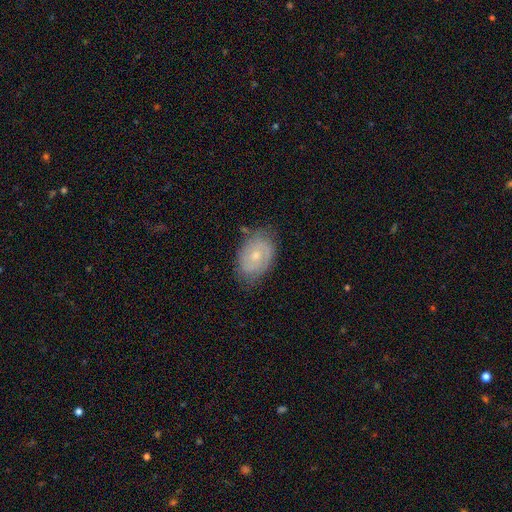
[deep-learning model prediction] A featured or disk galaxy (66%) with no bar (70%), 2 (60%) tight (56%) spiral arms (81%) and a small central bulge (54%).

Vote fractions:
- Smooth or featured? featured or disk: 66% / smooth: 27% / star or artifact: 7%
- Edge-on disk? no: 96% / yes: 4%
- Bar? no: 70% / weak: 26% / strong: 4%
- Spiral arms? yes: 81% / no: 19%
- Spiral winding? tight: 56% / medium: 33% / loose: 11%
- Spiral arm count? 2: 60% / can't tell: 27% / 3: 5% / 1: 4% / 4: 2% / more than 4: 2%
- Bulge size? small: 54% / moderate: 43% / none: 2% / large: 1% / dominant: 1%
- Merging? none: 74% / minor disturbance: 20% / major disturbance: 5% / merger: 2%